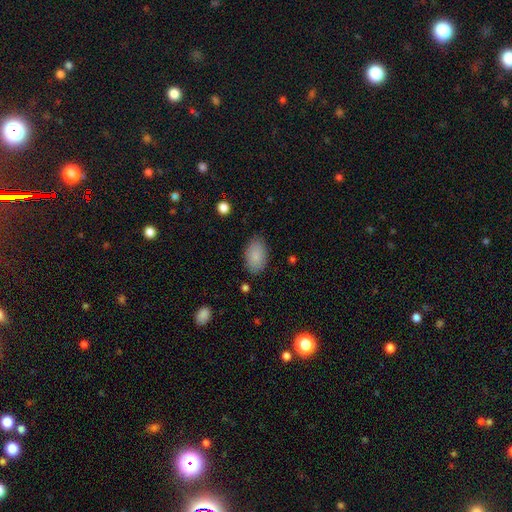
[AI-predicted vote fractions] This appears to be a smooth galaxy with no disk features (88%) that is in between round and cigar-shaped (92%). Merging: none (83%).